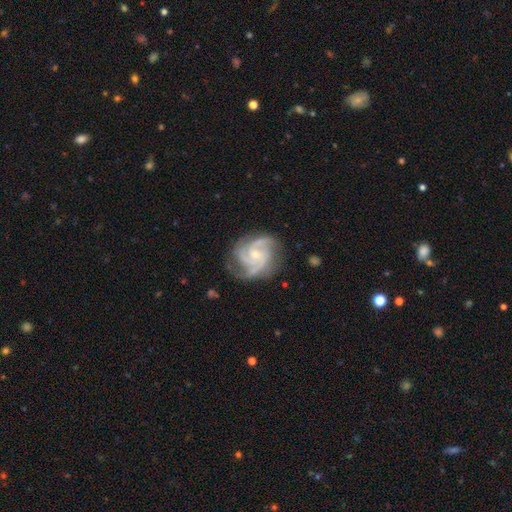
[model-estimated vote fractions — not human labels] Q: Smooth or featured?
A: featured or disk (92%); runner-up: star or artifact (4%)
Q: Edge-on disk?
A: no (98%); runner-up: yes (2%)
Q: Bar?
A: no (69%); runner-up: weak (25%)
Q: Spiral arms?
A: yes (98%); runner-up: no (2%)
Q: Spiral winding?
A: medium (48%); runner-up: tight (45%)
Q: Spiral arm count?
A: 3 (65%); runner-up: 2 (12%)
Q: Bulge size?
A: small (65%); runner-up: moderate (32%)
Q: Merging?
A: none (74%); runner-up: minor disturbance (19%)